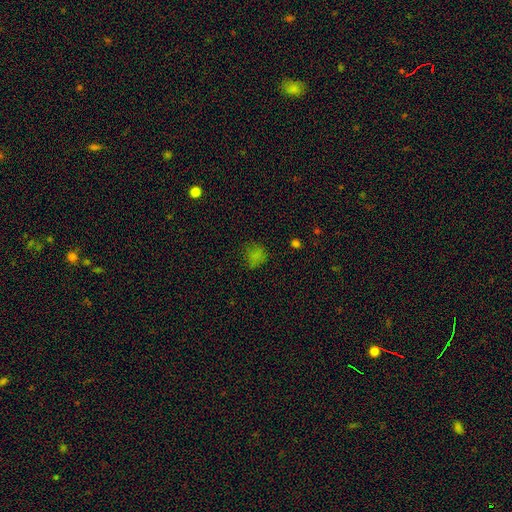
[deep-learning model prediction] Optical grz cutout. It shows a smooth galaxy with no disk features (70%) that is round (75%). Merging: none (68%).